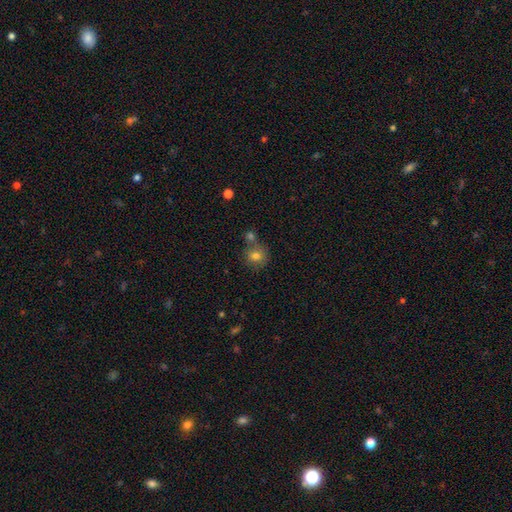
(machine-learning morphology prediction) type=smooth (79%); roundness=round (84%); merging=none (58%).